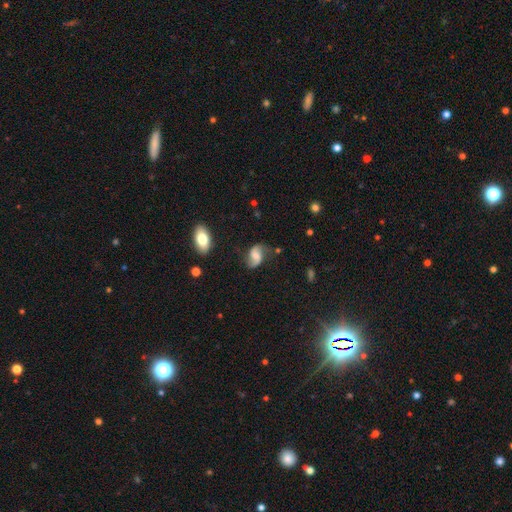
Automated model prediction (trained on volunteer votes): Smooth or featured? featured or disk (70%)
Edge-on disk? no (97%)
Bar? weak (44%)
Spiral arms? yes (93%)
Spiral winding? loose (66%)
Spiral arm count? 2 (91%)
Bulge size? moderate (34%)
Merging? none (67%)